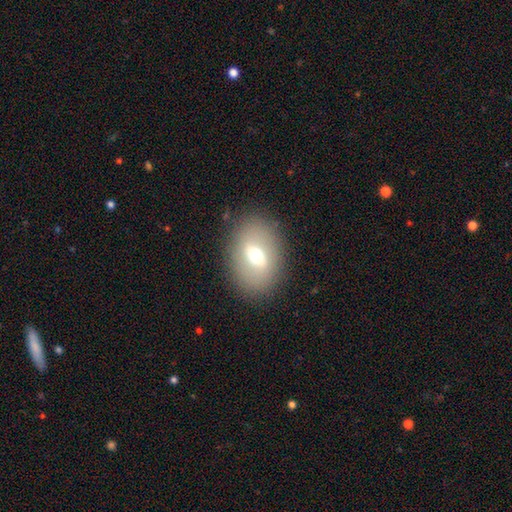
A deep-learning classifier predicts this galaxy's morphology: Smooth or featured?
  - smooth: 57% *
  - featured or disk: 33%
  - star or artifact: 10%
How rounded?
  - in between: 75% *
  - round: 24%
  - cigar-shaped: 1%
Merging?
  - none: 85% *
  - minor disturbance: 10%
  - major disturbance: 4%
  - merger: 1%